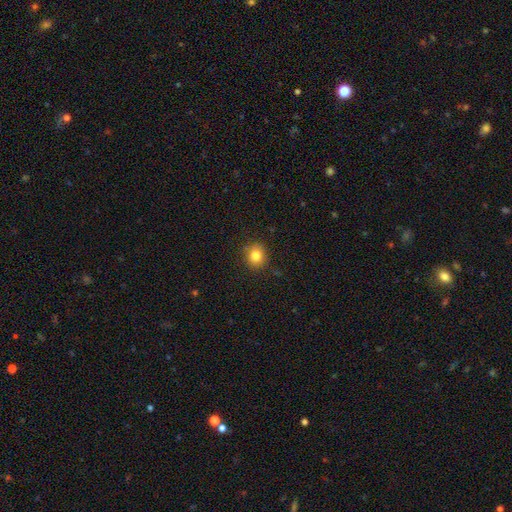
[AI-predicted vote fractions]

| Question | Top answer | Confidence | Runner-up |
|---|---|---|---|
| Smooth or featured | smooth | 82% | star or artifact (11%) |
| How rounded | round | 83% | in between (16%) |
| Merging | none | 87% | minor disturbance (9%) |